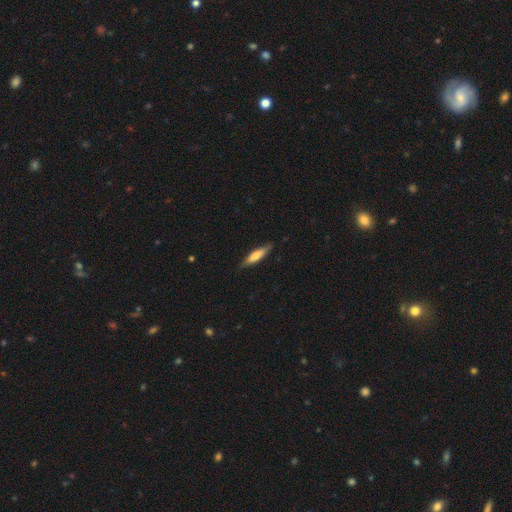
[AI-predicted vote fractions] This appears to be a smooth galaxy with no disk features (62%) that is cigar-shaped (78%). Merging: none (83%).